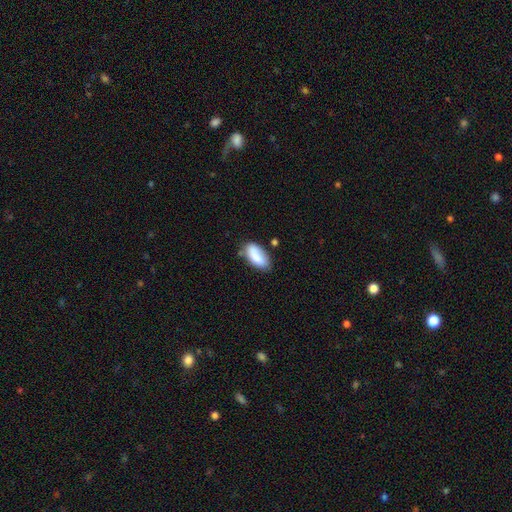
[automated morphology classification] Q: Smooth or featured?
A: smooth (83%); runner-up: featured or disk (10%)
Q: How rounded?
A: in between (90%); runner-up: cigar-shaped (7%)
Q: Merging?
A: none (65%); runner-up: minor disturbance (23%)